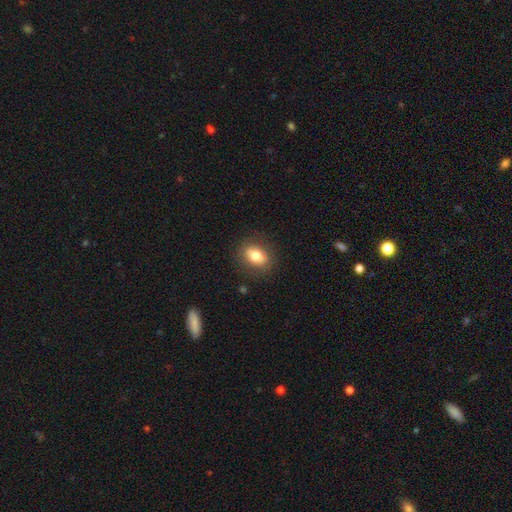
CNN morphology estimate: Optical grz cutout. It shows a smooth galaxy with no disk features (78%) that is in between round and cigar-shaped (67%). Merging: none (86%).